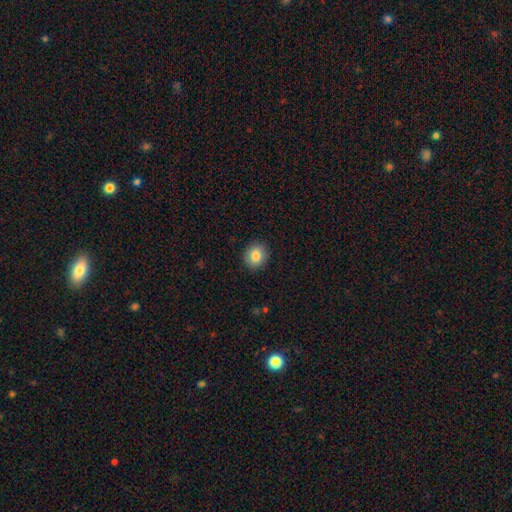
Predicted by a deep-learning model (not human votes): Smooth or featured? Predicted: smooth (p=0.84). How rounded? Predicted: round (p=0.77). Merging? Predicted: none (p=0.91).